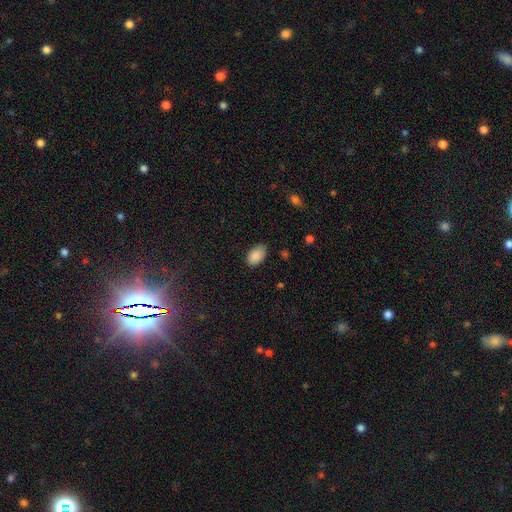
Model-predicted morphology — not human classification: Smooth or featured? smooth (89%)
How rounded? in between (92%)
Merging? none (80%)